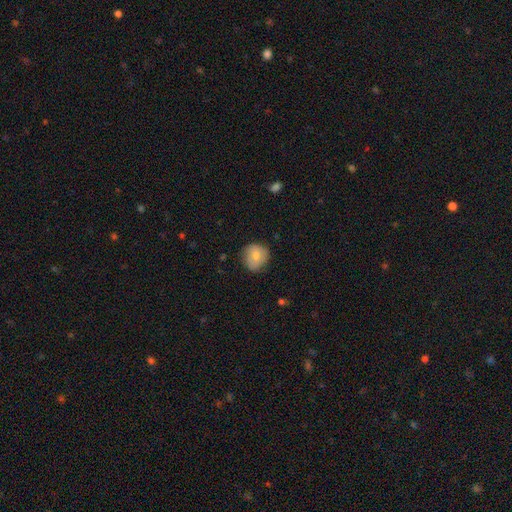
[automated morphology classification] Q: Smooth or featured?
A: smooth (70%); runner-up: featured or disk (23%)
Q: How rounded?
A: round (83%); runner-up: in between (16%)
Q: Merging?
A: none (72%); runner-up: minor disturbance (23%)